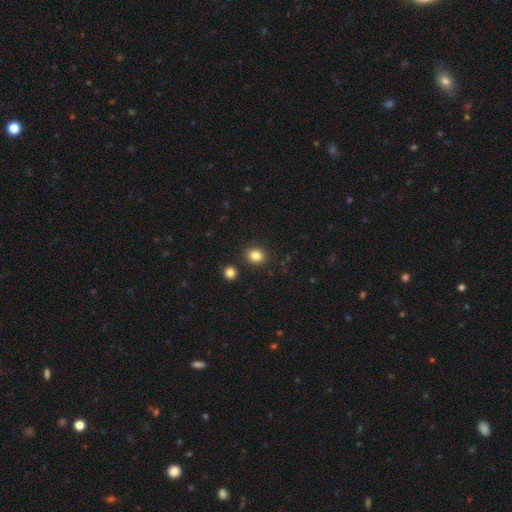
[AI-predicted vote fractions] The model was most divided on "how rounded": round: 74%, in between: 26%, cigar-shaped: 1%. More confident: merging — none (88%); smooth or featured — smooth (84%).